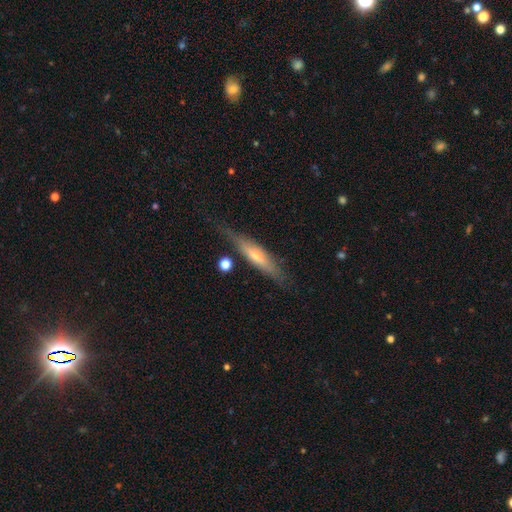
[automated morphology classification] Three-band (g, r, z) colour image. It shows a featured or disk galaxy (54%) viewed edge-on (89%). Merging: none (76%).